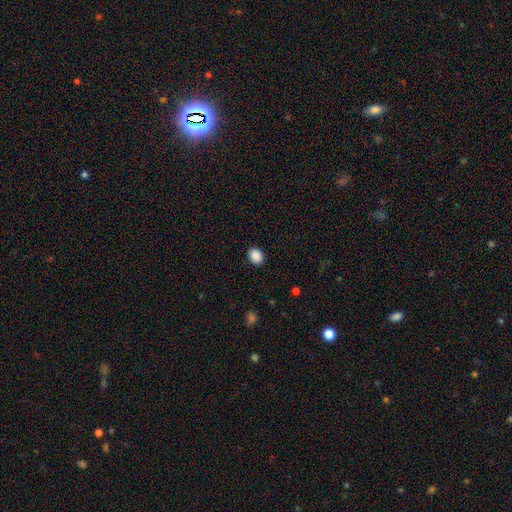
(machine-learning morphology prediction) smooth-or-featured: smooth: 89% | star or artifact: 8% | featured or disk: 2%
  how-rounded: in between: 56% | round: 43% | cigar-shaped: 1%
  merging: none: 90% | minor disturbance: 7% | major disturbance: 2% | merger: 1%